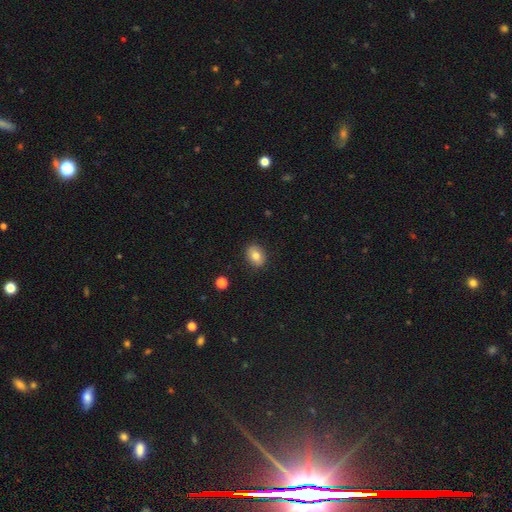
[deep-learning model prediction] Smooth or featured: smooth — 79% (featured or disk — 12%)
How rounded: in between — 60% (round — 39%)
Merging: none — 88% (minor disturbance — 9%)